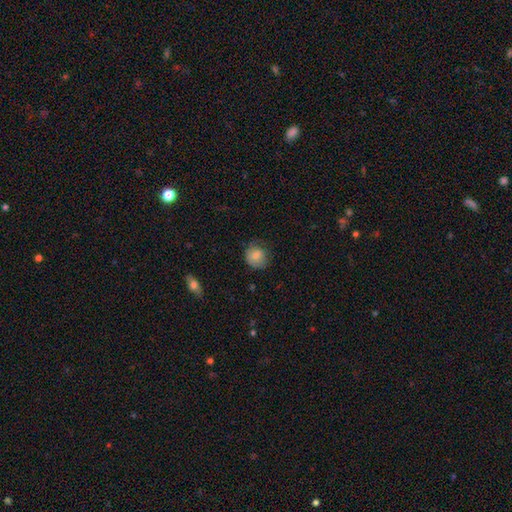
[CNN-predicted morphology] smooth 81%, featured or disk 11%, star or artifact 8%. Down the decision tree: how rounded — round (82%); merging — none (65%).